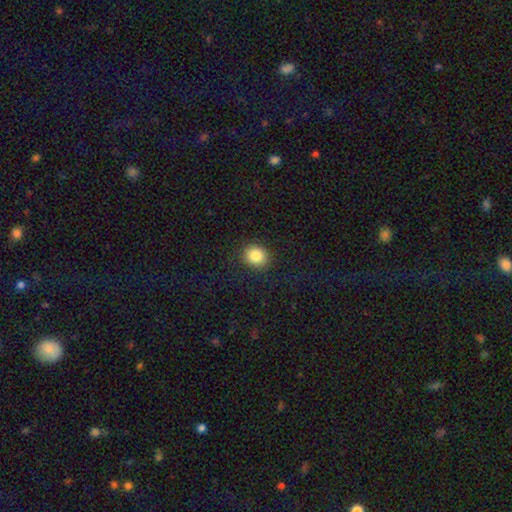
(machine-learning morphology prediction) type=smooth (85%); roundness=round (75%); merging=none (90%).